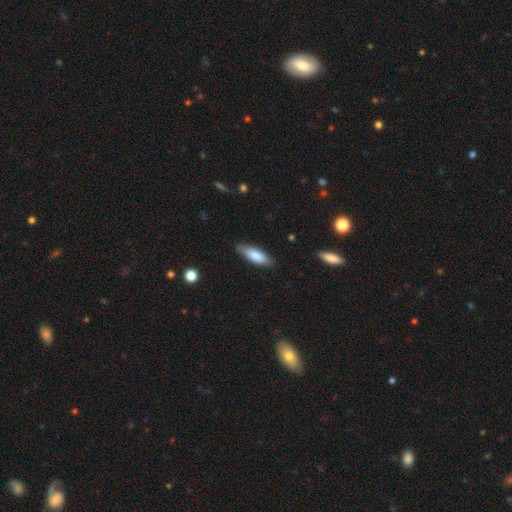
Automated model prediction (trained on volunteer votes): Smooth or featured?
  - smooth: 75% *
  - featured or disk: 20%
  - star or artifact: 6%
How rounded?
  - cigar-shaped: 50% *
  - in between: 48%
  - round: 2%
Merging?
  - none: 85% *
  - minor disturbance: 12%
  - major disturbance: 2%
  - merger: 1%